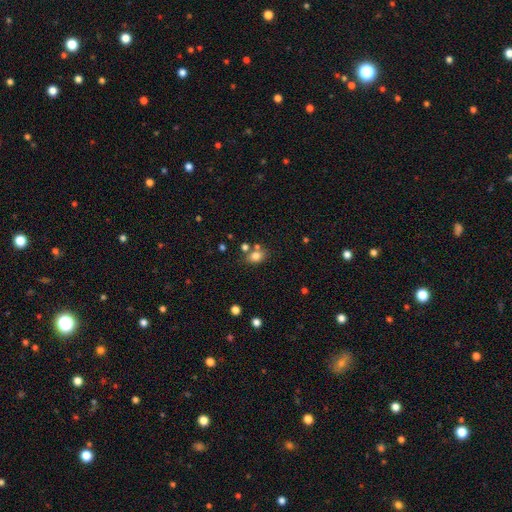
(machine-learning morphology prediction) type=smooth (78%); roundness=in between (64%); merging=none (64%).